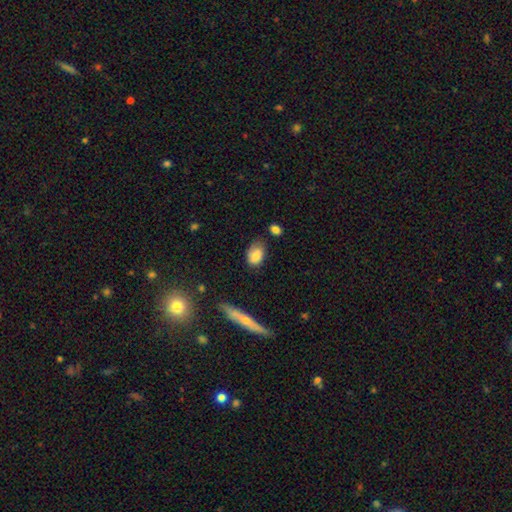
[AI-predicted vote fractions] Smooth or featured? Predicted: smooth (p=0.80). How rounded? Predicted: in between (p=0.85). Merging? Predicted: none (p=0.62).